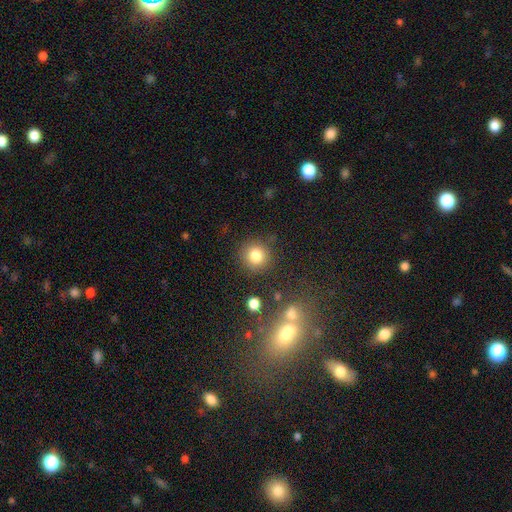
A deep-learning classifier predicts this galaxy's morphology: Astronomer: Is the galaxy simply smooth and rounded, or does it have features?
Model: smooth — 81%.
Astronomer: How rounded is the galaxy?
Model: round — 91%.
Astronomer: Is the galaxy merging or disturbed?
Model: none — 85%.